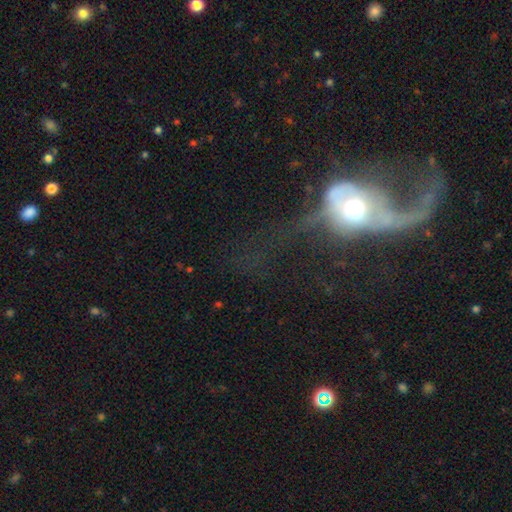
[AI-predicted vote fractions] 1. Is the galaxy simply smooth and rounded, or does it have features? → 65% featured or disk, 22% smooth, 13% star or artifact.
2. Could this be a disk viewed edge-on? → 91% no, 9% yes.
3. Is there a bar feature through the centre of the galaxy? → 72% no, 19% weak, 9% strong.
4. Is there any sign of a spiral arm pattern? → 64% yes, 36% no.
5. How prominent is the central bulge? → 61% moderate, 18% large, 13% small, 6% dominant, 2% none.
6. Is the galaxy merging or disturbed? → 59% major disturbance, 20% none, 11% minor disturbance, 10% merger.